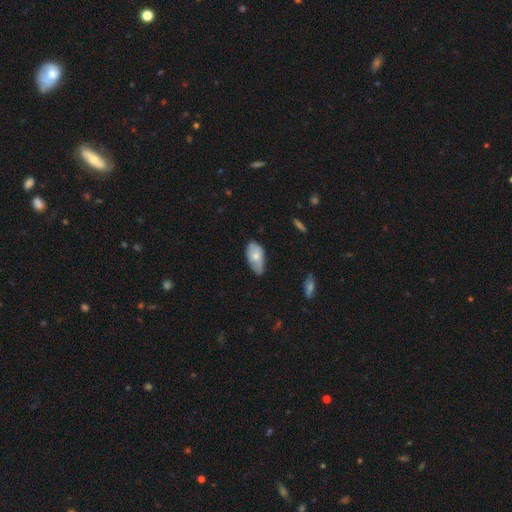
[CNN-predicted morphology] smooth_or_featured: smooth (p=0.65) [alt: featured or disk p=0.29]
how_rounded: in between (p=0.93) [alt: round p=0.04]
merging: none (p=0.48) [alt: minor disturbance p=0.41]